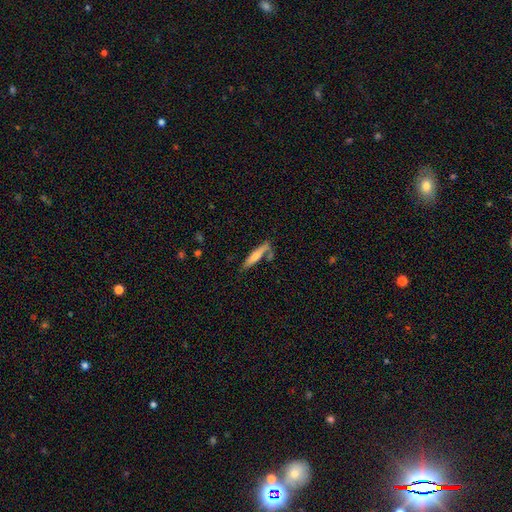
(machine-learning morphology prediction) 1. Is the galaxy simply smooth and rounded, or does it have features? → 60% smooth, 33% featured or disk, 6% star or artifact.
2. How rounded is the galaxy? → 85% cigar-shaped, 13% in between, 2% round.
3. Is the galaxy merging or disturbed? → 63% none, 16% minor disturbance, 15% merger, 6% major disturbance.